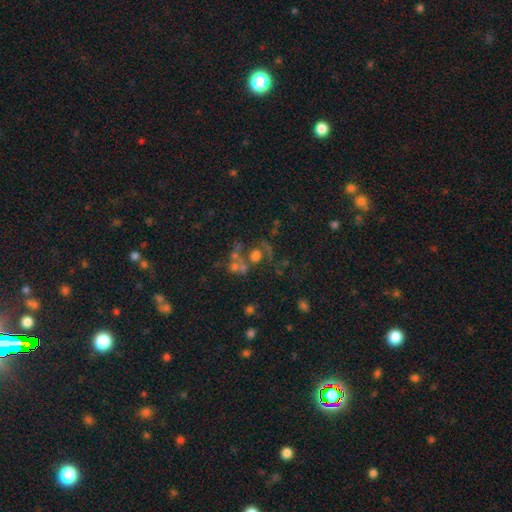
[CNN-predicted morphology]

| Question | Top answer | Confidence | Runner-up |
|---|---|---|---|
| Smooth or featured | smooth | 42% | featured or disk (31%) |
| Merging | none | 37% | merger (35%) |